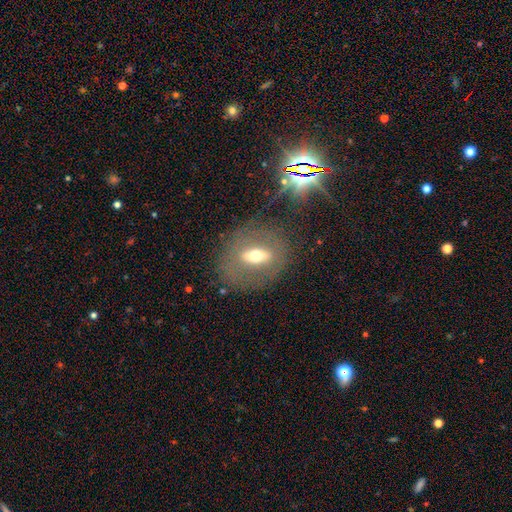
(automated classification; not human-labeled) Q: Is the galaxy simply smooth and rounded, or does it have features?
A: featured or disk — 53%.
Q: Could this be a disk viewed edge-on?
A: no — 70%.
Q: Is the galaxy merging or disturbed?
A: none — 74%.